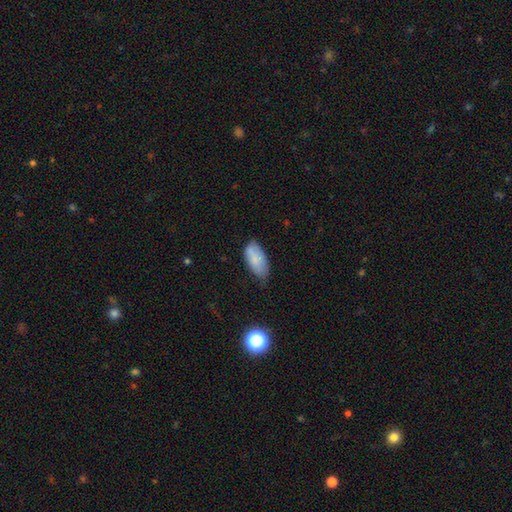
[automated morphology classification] smooth_or_featured: smooth (p=0.75) [alt: featured or disk p=0.16]
how_rounded: in between (p=0.90) [alt: cigar-shaped p=0.07]
merging: none (p=0.59) [alt: minor disturbance p=0.33]